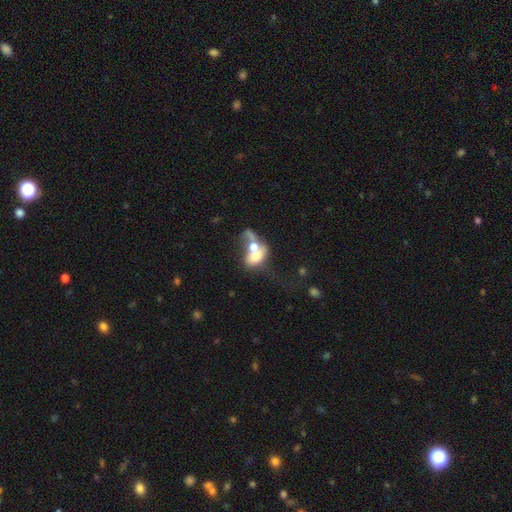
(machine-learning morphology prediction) A smooth galaxy with no disk features (54%) that is in between round and cigar-shaped (69%). Merging: merger (75%).